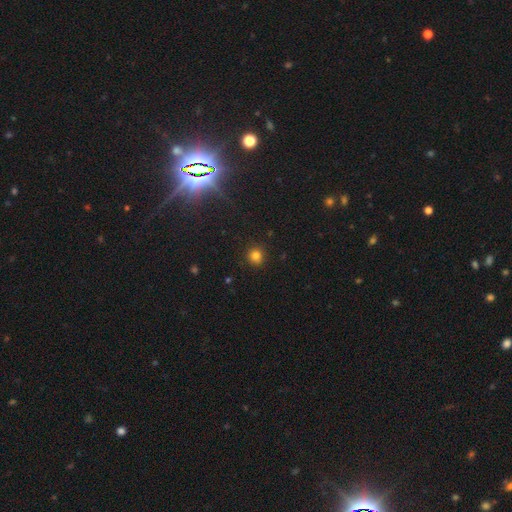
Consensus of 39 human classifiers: Volunteers were most divided on "smooth or featured": smooth: 85%, star or artifact: 10%, featured or disk: 5%. More confident: merging — none (94%); how rounded — round (91%).